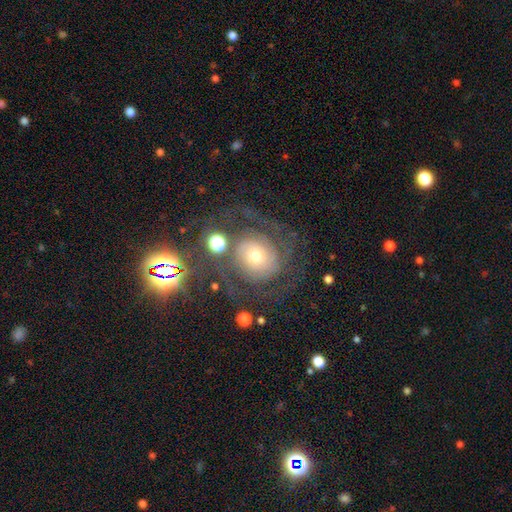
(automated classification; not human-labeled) smooth_or_featured: featured or disk (p=0.76) [alt: smooth p=0.13]
disk_edge_on: no (p=0.97) [alt: yes p=0.03]
bar: no (p=0.75) [alt: weak p=0.19]
has_spiral_arms: yes (p=0.93) [alt: no p=0.07]
spiral_winding: tight (p=0.55) [alt: medium p=0.33]
spiral_arm_count: 2 (p=0.47) [alt: can't tell p=0.23]
bulge_size: moderate (p=0.57) [alt: small p=0.31]
merging: none (p=0.66) [alt: major disturbance p=0.17]